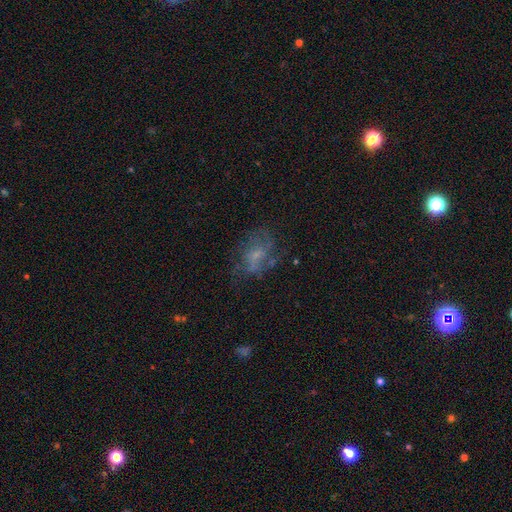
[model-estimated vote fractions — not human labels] A featured or disk galaxy (51%).

Vote fractions:
- Smooth or featured? featured or disk: 51% / smooth: 35% / star or artifact: 14%
- Edge-on disk? no: 96% / yes: 4%
- Merging? none: 51% / major disturbance: 23% / minor disturbance: 22% / merger: 4%